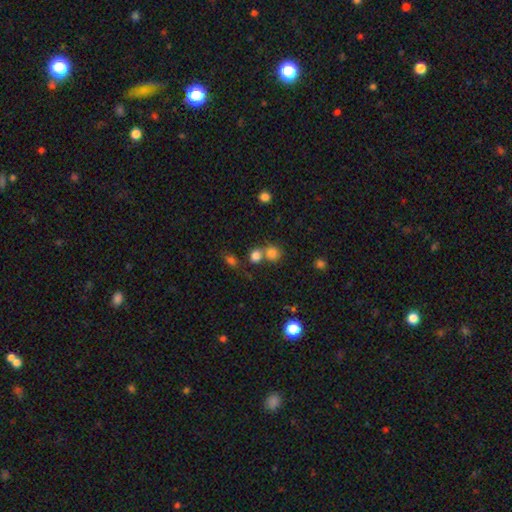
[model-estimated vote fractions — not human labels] smooth 78%, star or artifact 15%, featured or disk 7%. Down the decision tree: how rounded — round (77%); merging — none (49%).